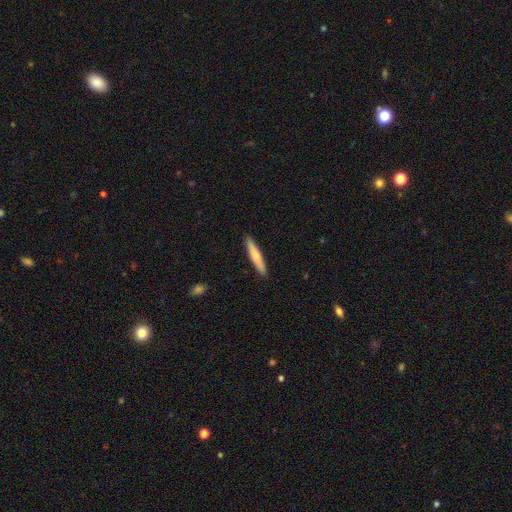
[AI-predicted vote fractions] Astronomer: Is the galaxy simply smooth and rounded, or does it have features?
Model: smooth — 67%.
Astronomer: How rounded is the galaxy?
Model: cigar-shaped — 91%.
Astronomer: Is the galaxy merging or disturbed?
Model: none — 91%.